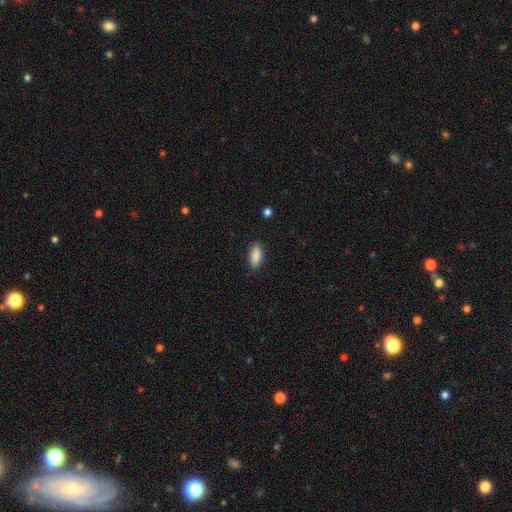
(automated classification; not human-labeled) Morphology: type=smooth (88%); roundness=in between (83%); merging=none (84%).